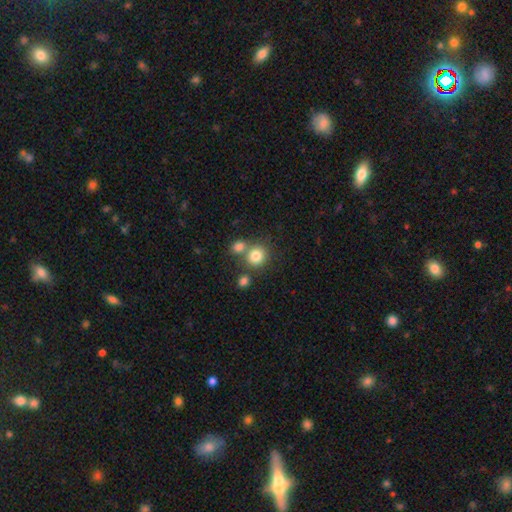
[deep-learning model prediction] smooth 81%, star or artifact 11%, featured or disk 8%. Down the decision tree: how rounded — round (87%); merging — none (59%).